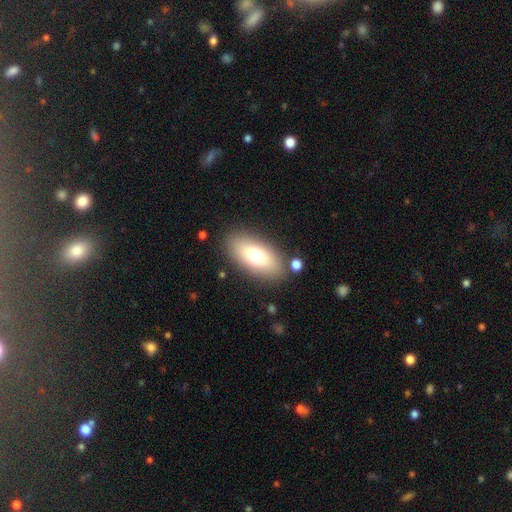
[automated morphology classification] This is likely a smooth galaxy (75%). How rounded: clearly in between (89%). Merging: clearly none (83%).